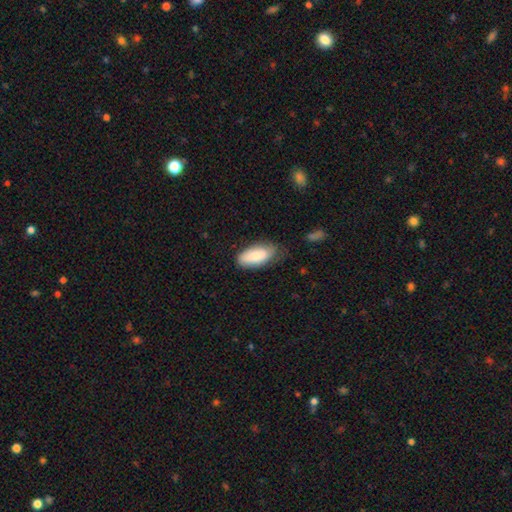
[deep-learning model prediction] smooth_or_featured: smooth (p=0.80) [alt: featured or disk p=0.14]
how_rounded: in between (p=0.89) [alt: cigar-shaped p=0.09]
merging: none (p=0.60) [alt: minor disturbance p=0.30]